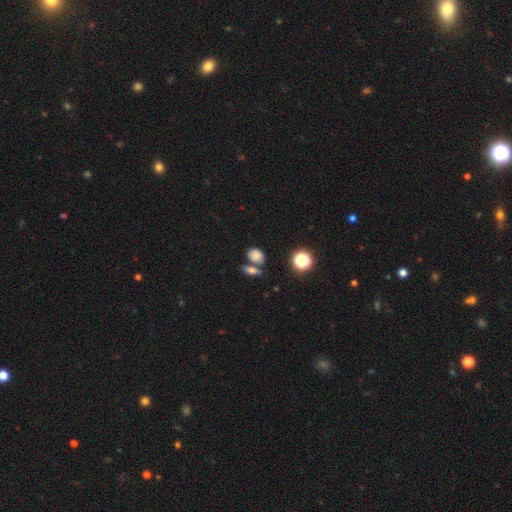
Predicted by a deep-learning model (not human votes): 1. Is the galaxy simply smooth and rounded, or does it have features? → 77% smooth, 14% star or artifact, 9% featured or disk.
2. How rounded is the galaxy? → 68% in between, 29% round, 2% cigar-shaped.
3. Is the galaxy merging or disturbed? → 55% none, 28% merger, 13% minor disturbance, 4% major disturbance.